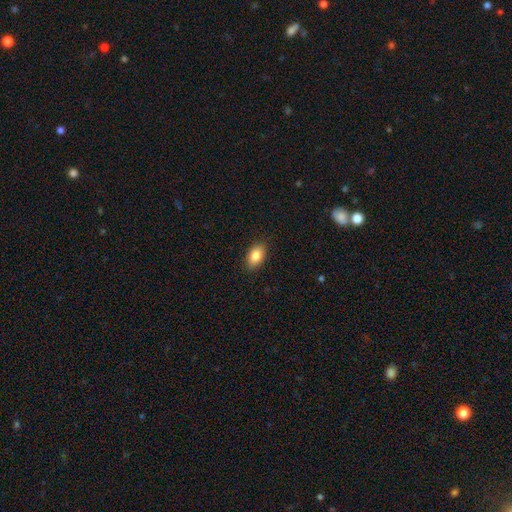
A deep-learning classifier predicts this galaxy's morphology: Smooth or featured: smooth — 85% (featured or disk — 8%)
How rounded: in between — 91% (round — 7%)
Merging: none — 89% (minor disturbance — 8%)